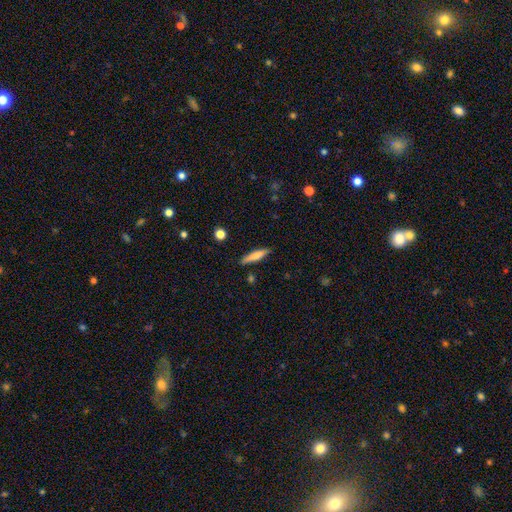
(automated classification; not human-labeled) Smooth or featured: smooth — 68% (featured or disk — 26%)
How rounded: cigar-shaped — 85% (in between — 13%)
Merging: none — 87% (minor disturbance — 9%)